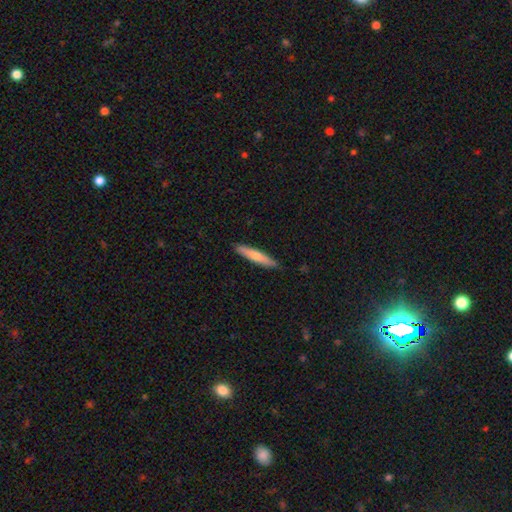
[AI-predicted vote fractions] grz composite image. It shows a smooth galaxy with no disk features (69%) that is cigar-shaped (90%). Merging: none (88%).